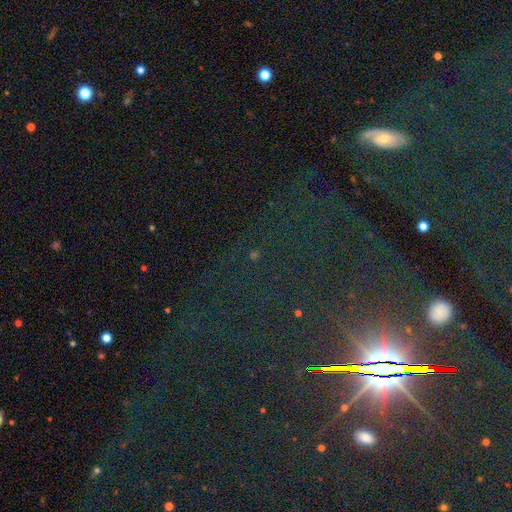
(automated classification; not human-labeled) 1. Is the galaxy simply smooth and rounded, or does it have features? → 80% star or artifact, 10% featured or disk, 10% smooth.